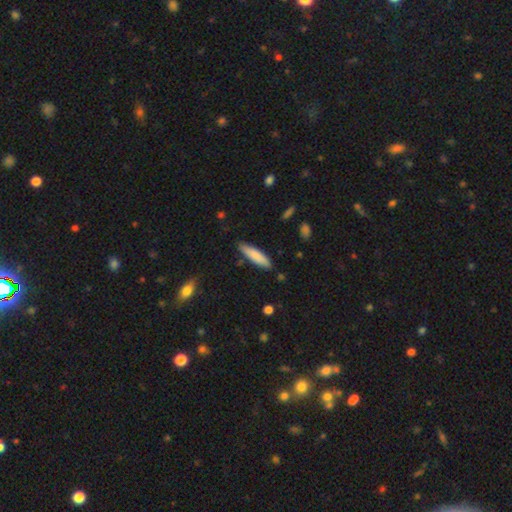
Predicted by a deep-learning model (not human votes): smooth-or-featured: smooth: 81% | featured or disk: 14% | star or artifact: 6%
  how-rounded: cigar-shaped: 74% | in between: 25% | round: 1%
  merging: none: 84% | minor disturbance: 12% | merger: 2% | major disturbance: 2%